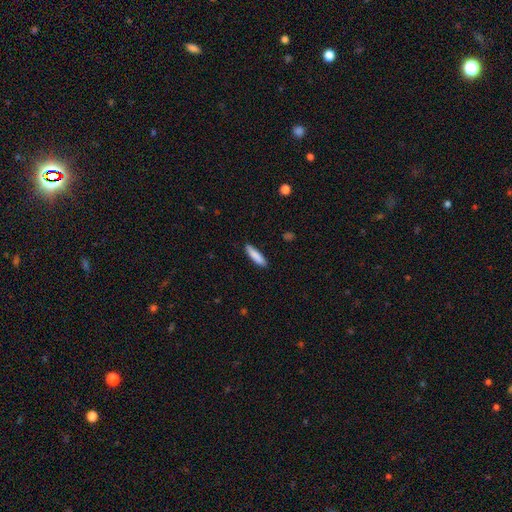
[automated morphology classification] Smooth or featured? Predicted: smooth (p=0.86). How rounded? Predicted: cigar-shaped (p=0.78). Merging? Predicted: none (p=0.88).